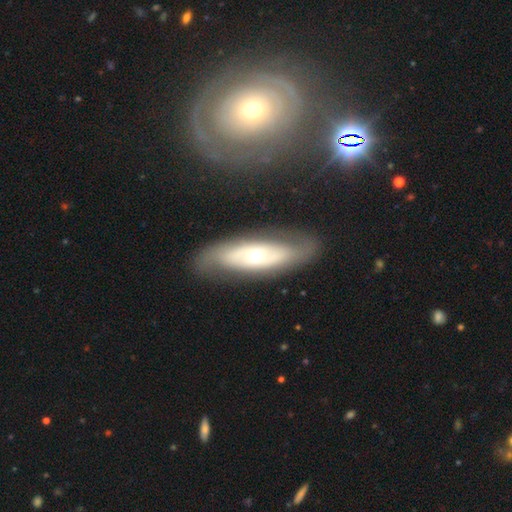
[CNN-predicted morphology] Smooth or featured?
  - featured or disk: 65% *
  - smooth: 29%
  - star or artifact: 6%
Edge-on disk?
  - no: 78% *
  - yes: 22%
Bar?
  - no: 80% *
  - weak: 13%
  - strong: 7%
Spiral arms?
  - yes: 50% * (tied)
  - no: 50% * (tied)
Bulge size?
  - moderate: 57% *
  - small: 36%
  - large: 5%
  - dominant: 1%
  - none: 1%
Merging?
  - none: 78% *
  - minor disturbance: 15%
  - major disturbance: 6%
  - merger: 2%